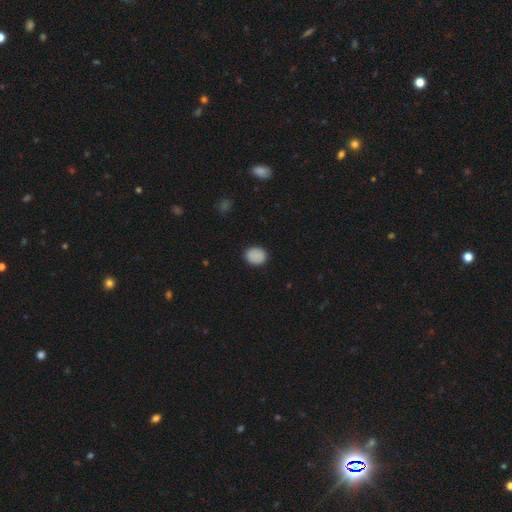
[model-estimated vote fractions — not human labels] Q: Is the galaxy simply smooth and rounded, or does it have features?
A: smooth — 88%.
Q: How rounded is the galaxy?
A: round — 57%.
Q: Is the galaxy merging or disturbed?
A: none — 89%.